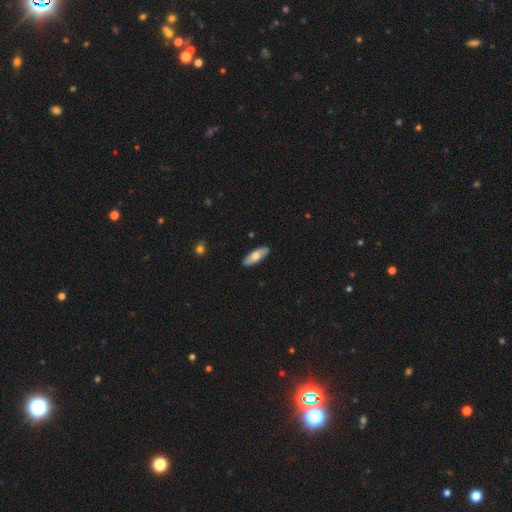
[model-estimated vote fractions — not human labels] Smooth or featured: smooth — 66% (featured or disk — 28%)
How rounded: in between — 66% (cigar-shaped — 32%)
Merging: none — 89% (minor disturbance — 8%)